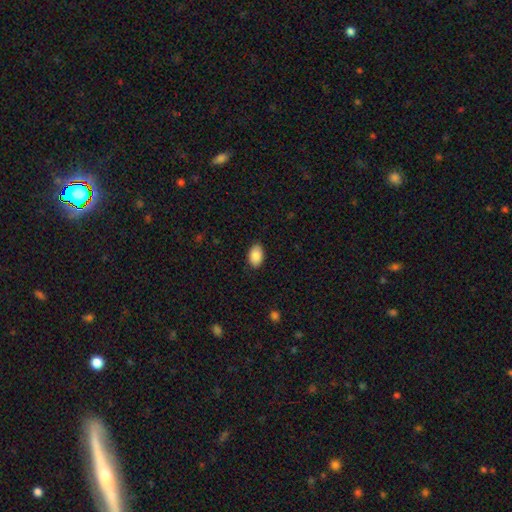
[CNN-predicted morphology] smooth_or_featured: smooth (p=0.89) [alt: star or artifact p=0.07]
how_rounded: in between (p=0.91) [alt: round p=0.08]
merging: none (p=0.88) [alt: minor disturbance p=0.09]